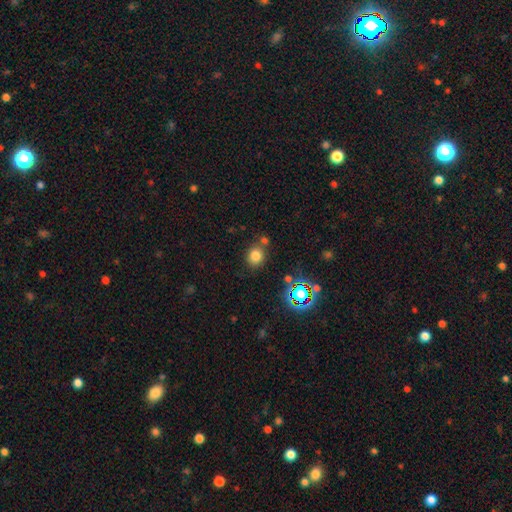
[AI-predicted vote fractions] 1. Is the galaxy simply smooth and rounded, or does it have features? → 77% smooth, 17% star or artifact, 7% featured or disk.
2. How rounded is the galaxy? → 74% round, 25% in between, 1% cigar-shaped.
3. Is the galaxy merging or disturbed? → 70% none, 14% merger, 11% minor disturbance, 4% major disturbance.